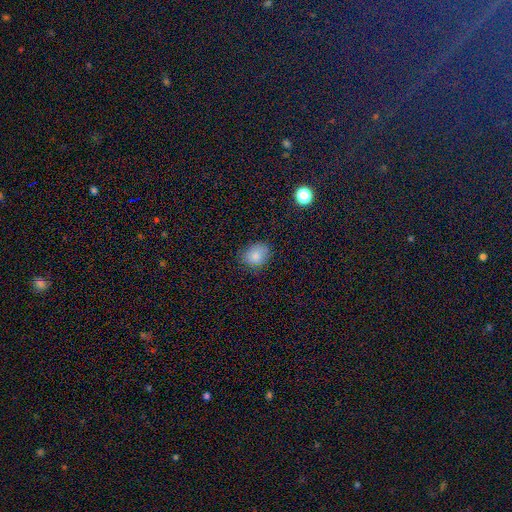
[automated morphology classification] smooth_or_featured: smooth (p=0.83) [alt: star or artifact p=0.11]
how_rounded: in between (p=0.55) [alt: round p=0.44]
merging: none (p=0.79) [alt: minor disturbance p=0.16]